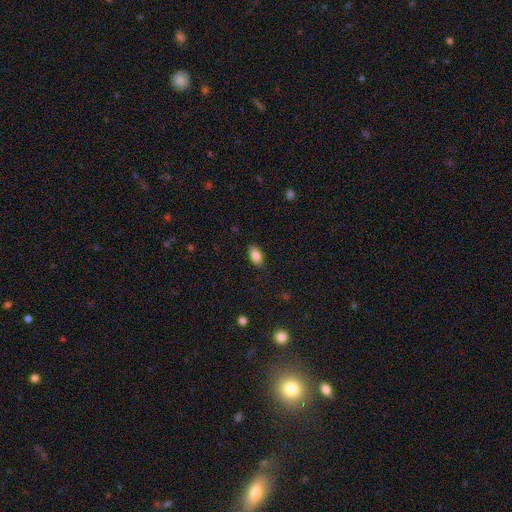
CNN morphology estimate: This appears to be a smooth galaxy with no disk features (85%) that is in between round and cigar-shaped (90%). Merging: none (86%).